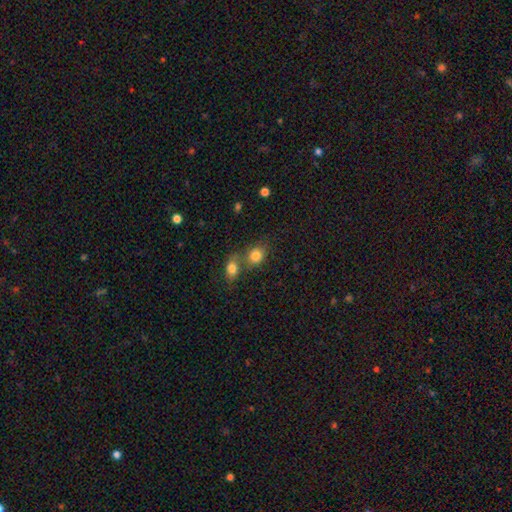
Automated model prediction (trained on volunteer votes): The model was most divided on "how rounded": round: 53%, in between: 46%, cigar-shaped: 1%. Remaining: smooth or featured — smooth (82%); merging — none (48%).